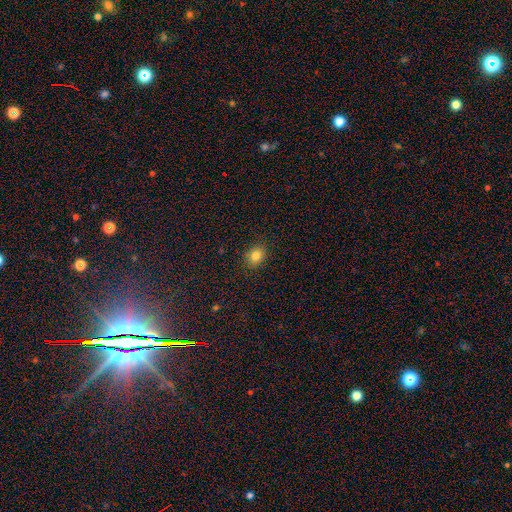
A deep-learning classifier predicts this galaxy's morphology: This is clearly a smooth galaxy (83%). How rounded: possibly in between (55%). Merging: clearly none (87%).